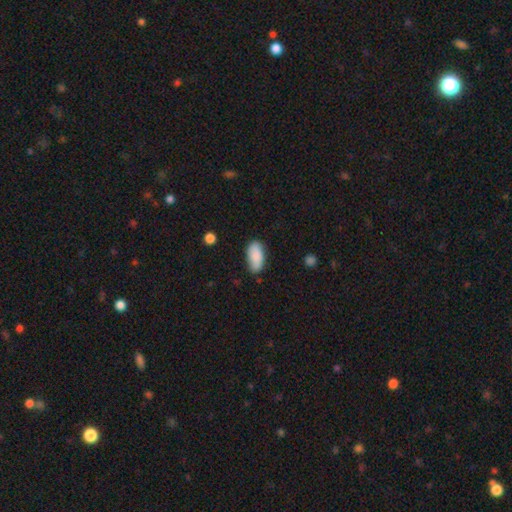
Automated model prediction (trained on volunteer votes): smooth 87%, featured or disk 6%, star or artifact 6%. Down the decision tree: how rounded — in between (92%); merging — none (75%).